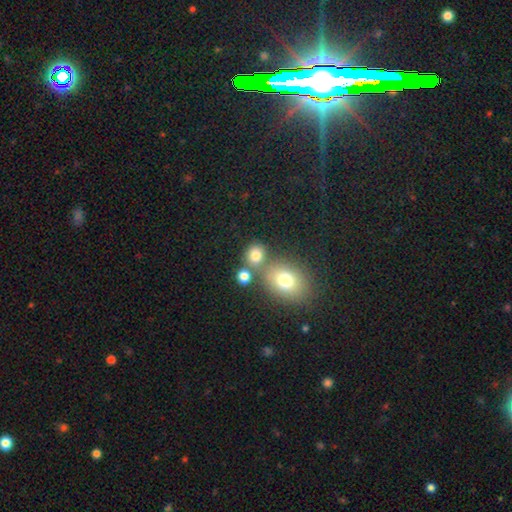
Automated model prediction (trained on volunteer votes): Q: Smooth or featured?
A: smooth (78%); runner-up: star or artifact (14%)
Q: How rounded?
A: round (69%); runner-up: in between (30%)
Q: Merging?
A: none (61%); runner-up: merger (23%)